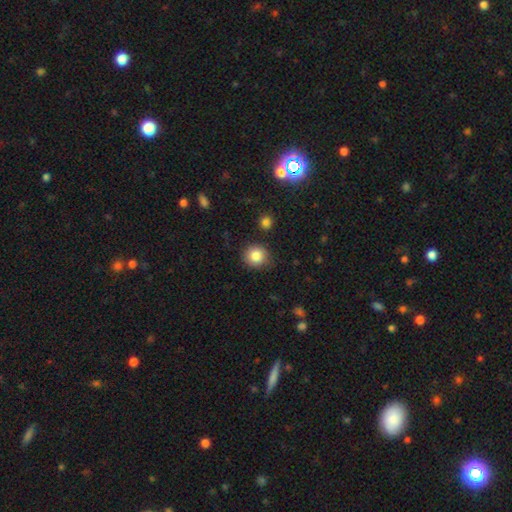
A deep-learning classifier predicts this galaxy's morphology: Smooth or featured: smooth — 84% (star or artifact — 10%)
How rounded: round — 91% (in between — 8%)
Merging: none — 87% (minor disturbance — 9%)